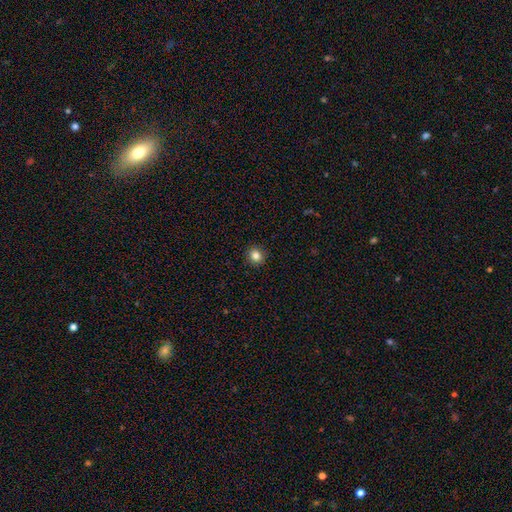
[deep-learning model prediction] smooth 84%, star or artifact 11%, featured or disk 5%. Down the decision tree: how rounded — round (89%); merging — none (93%).